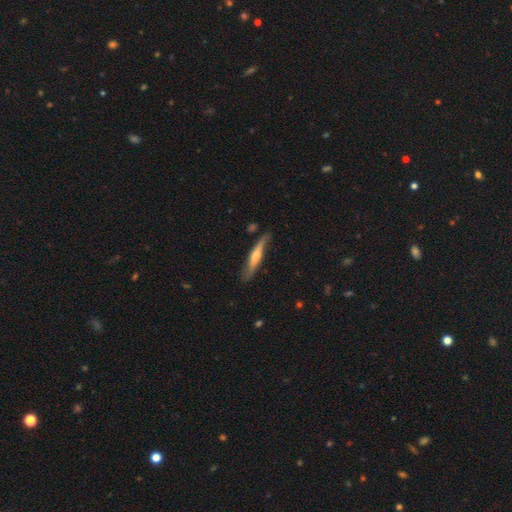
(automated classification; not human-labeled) The model was most divided on "smooth or featured": featured or disk: 62%, smooth: 32%, star or artifact: 6%. More confident: edge-on disk — yes (89%); edge-on bulge — rounded (76%); merging — none (76%).